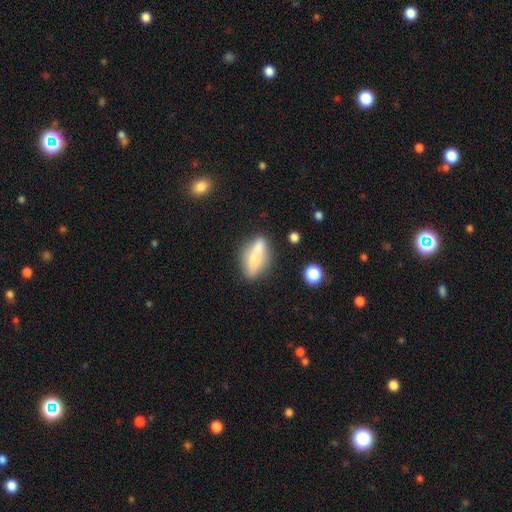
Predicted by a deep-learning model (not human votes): Smooth or featured? smooth (55%)
How rounded? cigar-shaped (54%)
Merging? none (73%)